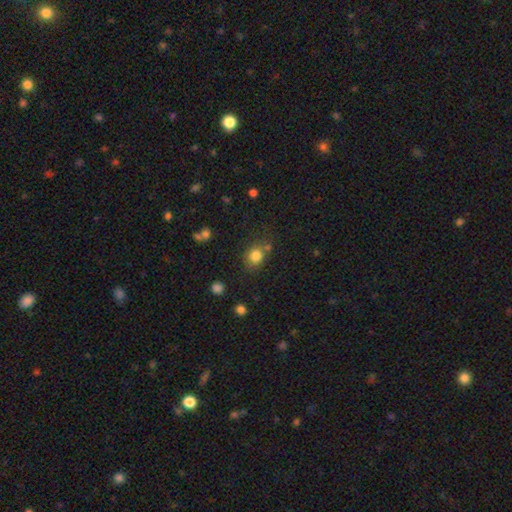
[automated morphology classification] smooth 81%, star or artifact 12%, featured or disk 7%. Down the decision tree: how rounded — round (72%); merging — none (67%).